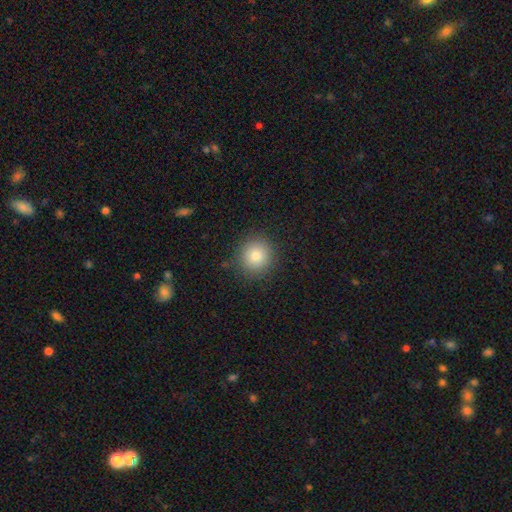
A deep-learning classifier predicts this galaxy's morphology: smooth-or-featured: smooth: 81% | star or artifact: 11% | featured or disk: 8%
  how-rounded: round: 92% | in between: 7% | cigar-shaped: 1%
  merging: none: 89% | minor disturbance: 7% | major disturbance: 3% | merger: 1%